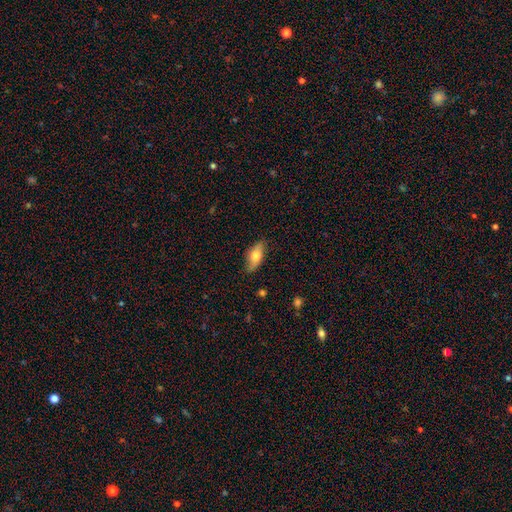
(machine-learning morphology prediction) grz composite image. It shows a smooth galaxy with no disk features (65%) that is in between round and cigar-shaped (80%). Merging: none (79%).